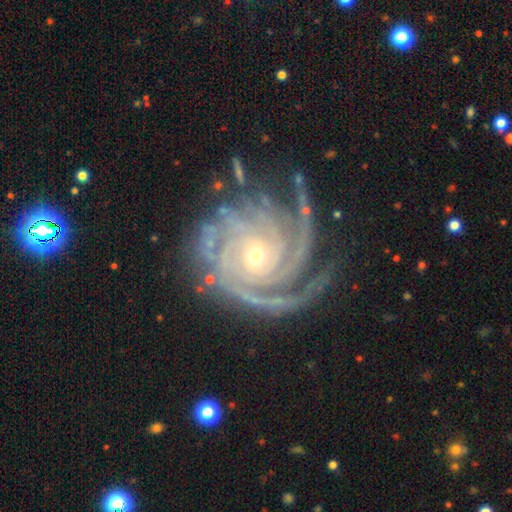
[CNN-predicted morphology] type=featured or disk (92%); edge-on=no (97%); bar=no (71%); spiral arms=yes (99%); winding=tight (79%); arm count=4 (29%); bulge=small (70%); merging=none (73%).